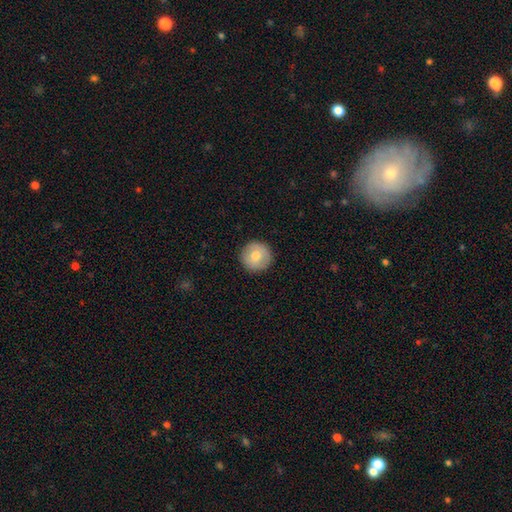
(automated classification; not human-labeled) smooth_or_featured: smooth (p=0.73) [alt: featured or disk p=0.20]
how_rounded: round (p=0.96) [alt: in between p=0.03]
merging: none (p=0.91) [alt: minor disturbance p=0.06]